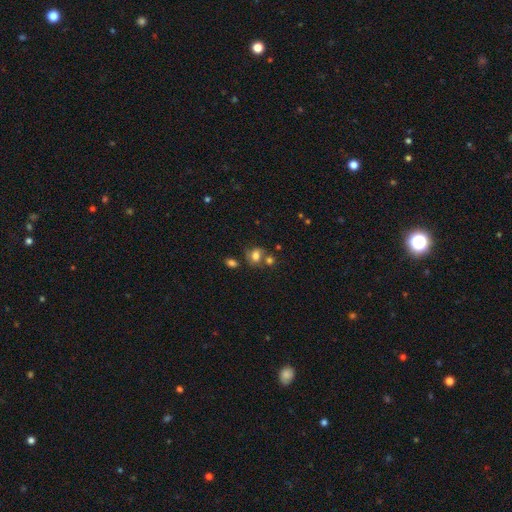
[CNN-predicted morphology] The model was most divided on "how rounded": round: 51%, in between: 48%, cigar-shaped: 1%. Remaining: smooth or featured — smooth (71%); merging — none (49%).